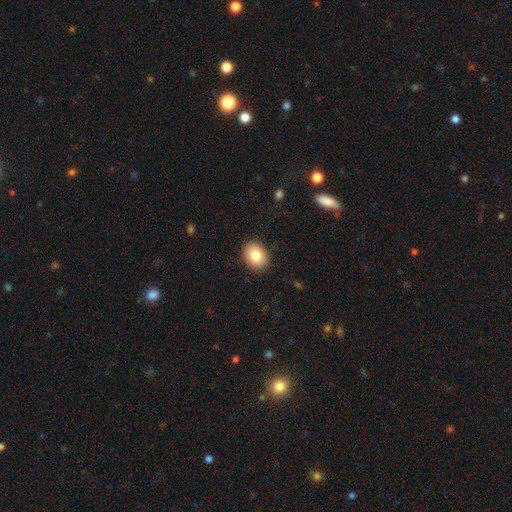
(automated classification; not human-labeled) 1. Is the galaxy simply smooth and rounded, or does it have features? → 81% smooth, 10% featured or disk, 8% star or artifact.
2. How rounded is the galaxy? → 59% in between, 40% round, 1% cigar-shaped.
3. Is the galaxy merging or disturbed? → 89% none, 8% minor disturbance, 2% major disturbance, 1% merger.